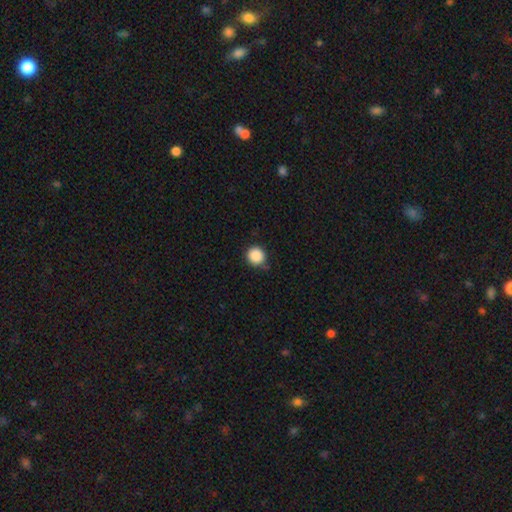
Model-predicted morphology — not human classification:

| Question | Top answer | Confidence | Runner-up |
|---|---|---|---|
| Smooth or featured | smooth | 88% | star or artifact (9%) |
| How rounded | round | 93% | in between (6%) |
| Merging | none | 83% | minor disturbance (12%) |